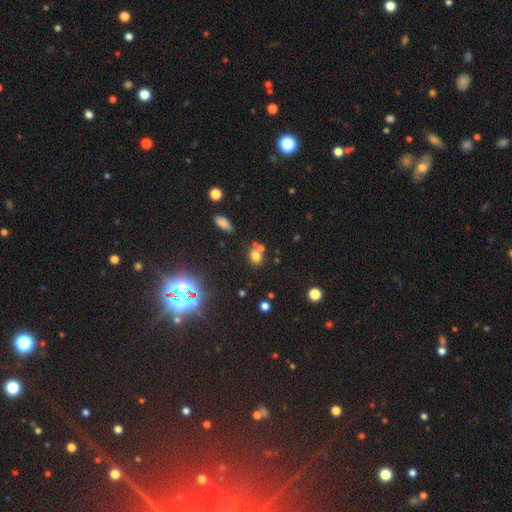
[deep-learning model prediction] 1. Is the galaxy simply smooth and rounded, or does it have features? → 70% smooth, 19% star or artifact, 11% featured or disk.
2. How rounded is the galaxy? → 51% in between, 47% round, 2% cigar-shaped.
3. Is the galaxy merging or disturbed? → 49% none, 35% merger, 11% minor disturbance, 4% major disturbance.